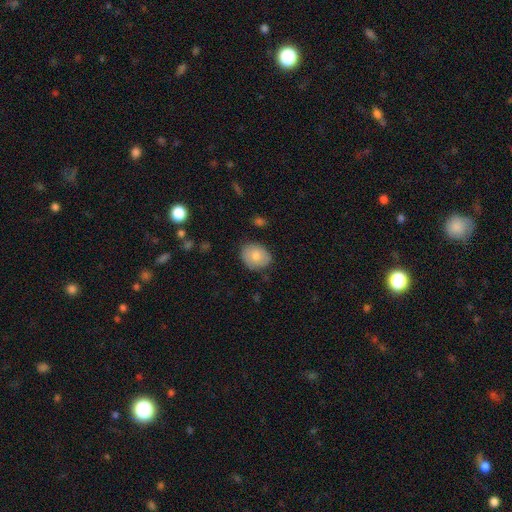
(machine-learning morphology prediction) This appears to be a smooth galaxy with no disk features (76%) that is round (54%). Merging: none (77%).